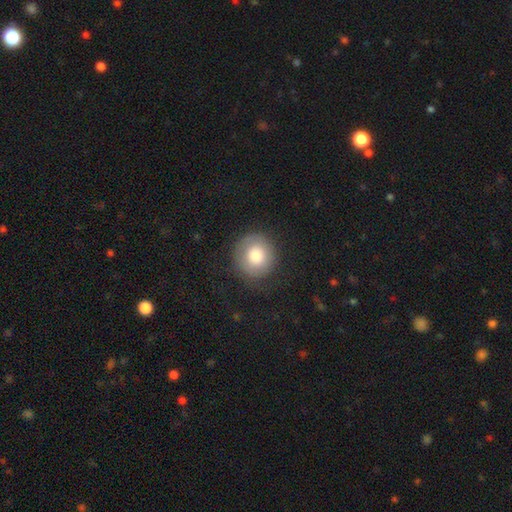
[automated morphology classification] Smooth or featured: smooth — 77% (featured or disk — 15%)
How rounded: round — 90% (in between — 9%)
Merging: none — 81% (minor disturbance — 13%)